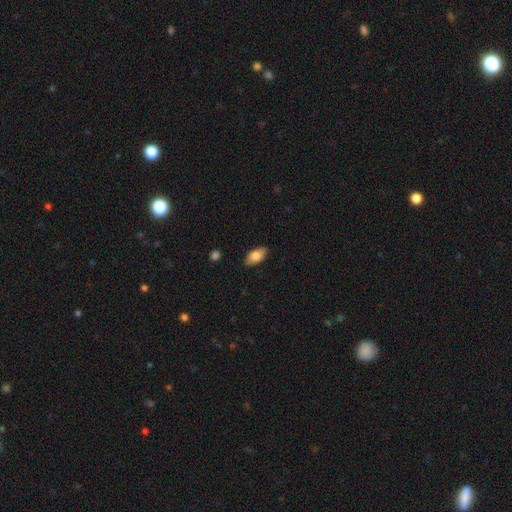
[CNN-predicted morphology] Overall: smooth (81%). How rounded: in between (92%). Merging: none (86%).